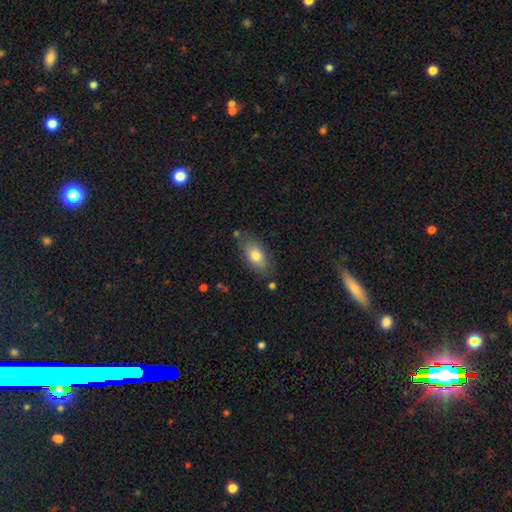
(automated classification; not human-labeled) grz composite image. It shows a smooth galaxy with no disk features (77%) that is in between round and cigar-shaped (88%). Merging: none (76%).